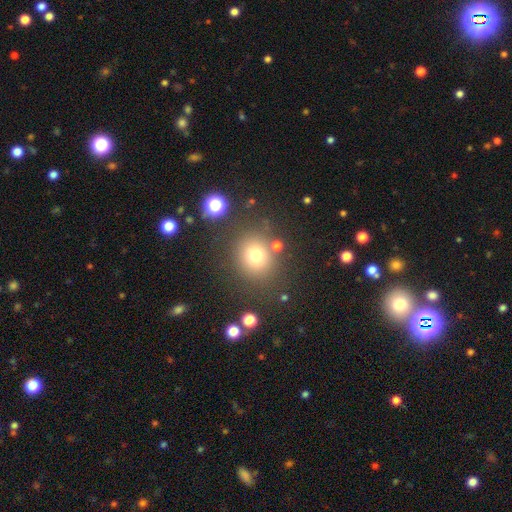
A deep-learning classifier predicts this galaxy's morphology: Q: Smooth or featured?
A: smooth (72%); runner-up: star or artifact (18%)
Q: How rounded?
A: round (84%); runner-up: in between (15%)
Q: Merging?
A: none (80%); runner-up: minor disturbance (9%)